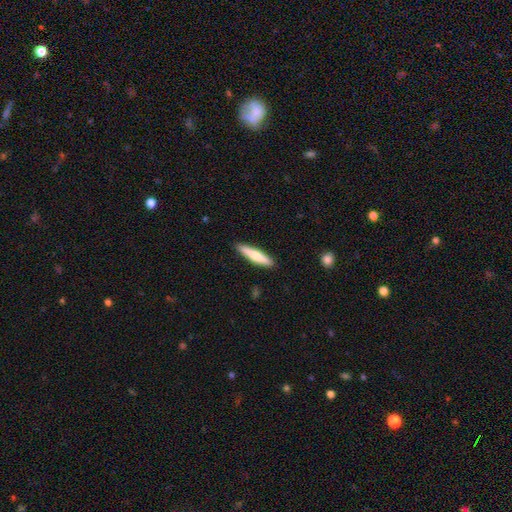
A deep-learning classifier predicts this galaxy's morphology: smooth 60%, featured or disk 35%, star or artifact 5%. Down the decision tree: how rounded — cigar-shaped (84%); merging — none (90%).